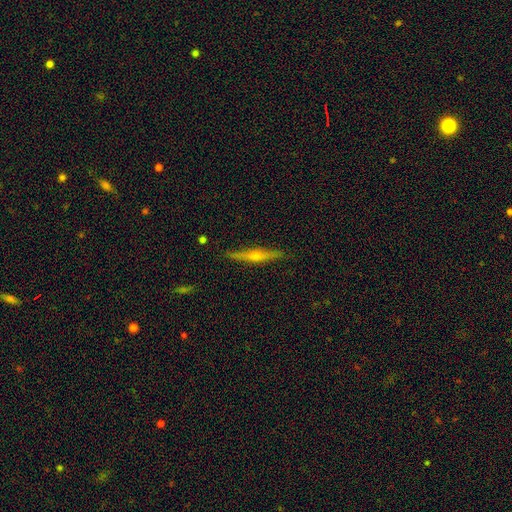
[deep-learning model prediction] A featured or disk galaxy (73%) viewed edge-on (98%) with a rounded central bulge (88%).

Vote fractions:
- Smooth or featured? featured or disk: 73% / smooth: 20% / star or artifact: 7%
- Edge-on disk? yes: 98% / no: 2%
- Edge-on bulge? rounded: 88% / none: 8% / boxy: 5%
- Merging? none: 90% / minor disturbance: 8% / major disturbance: 1% / merger: 1%